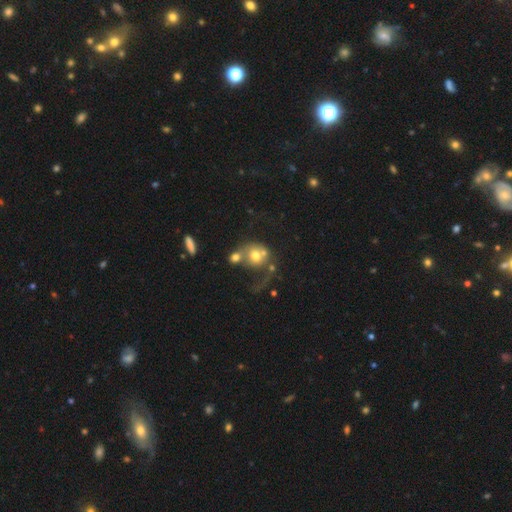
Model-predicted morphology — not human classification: Smooth or featured? smooth (56%)
How rounded? round (74%)
Merging? merger (49%)